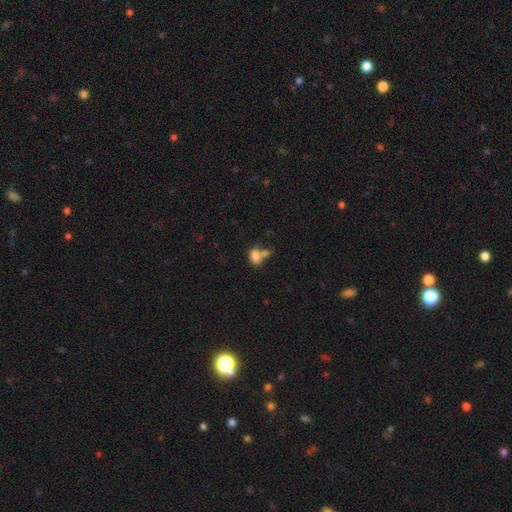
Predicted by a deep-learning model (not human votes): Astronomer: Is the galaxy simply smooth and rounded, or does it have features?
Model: smooth — 80%.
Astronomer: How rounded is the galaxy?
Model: in between — 82%.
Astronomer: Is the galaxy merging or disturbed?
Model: merger — 49% (runner-up: none, 32%).